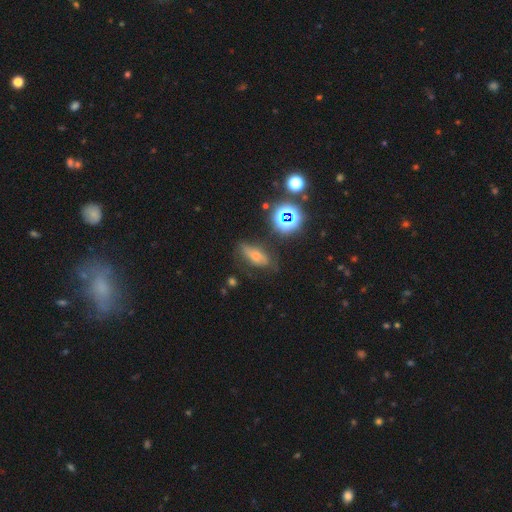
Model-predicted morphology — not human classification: Smooth or featured? Predicted: smooth (p=0.57). How rounded? Predicted: in between (p=0.76). Merging? Predicted: none (p=0.54).